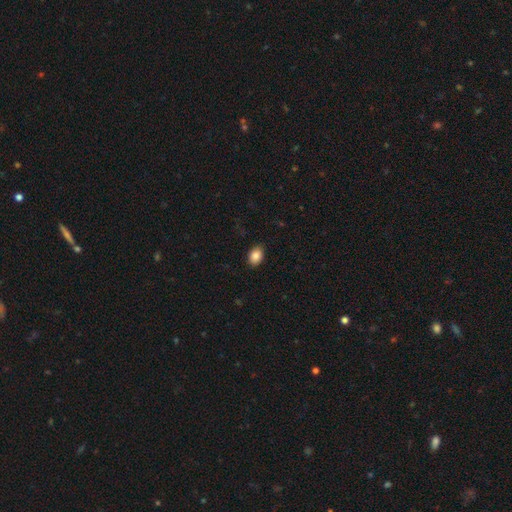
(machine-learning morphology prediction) type=smooth (86%); roundness=in between (79%); merging=none (89%).